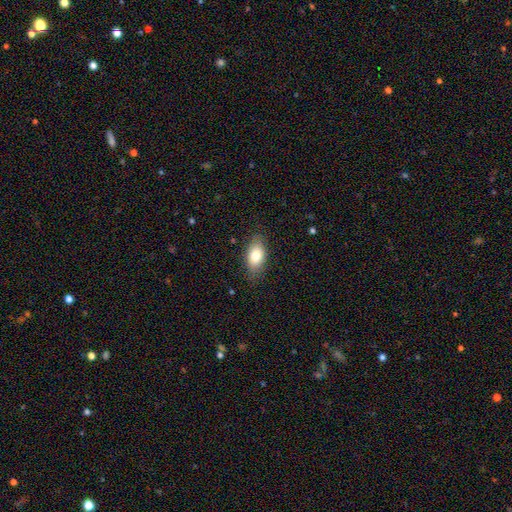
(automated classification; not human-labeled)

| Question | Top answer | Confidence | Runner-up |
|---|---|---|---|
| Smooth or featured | smooth | 82% | featured or disk (11%) |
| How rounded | in between | 90% | cigar-shaped (5%) |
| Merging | none | 81% | minor disturbance (14%) |